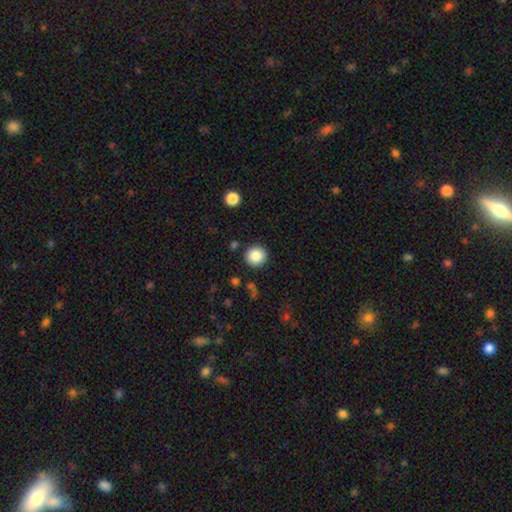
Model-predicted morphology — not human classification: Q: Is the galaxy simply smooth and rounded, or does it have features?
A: smooth — 86%.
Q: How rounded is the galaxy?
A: round — 94%.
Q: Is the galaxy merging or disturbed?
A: none — 89%.